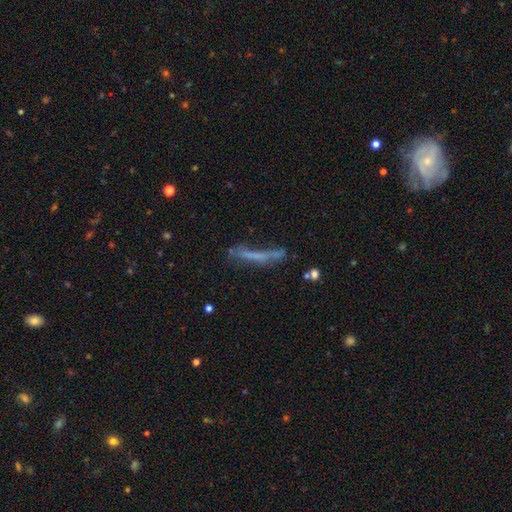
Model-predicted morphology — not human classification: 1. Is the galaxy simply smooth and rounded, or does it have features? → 48% smooth, 39% featured or disk, 13% star or artifact.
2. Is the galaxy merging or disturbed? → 46% none, 24% minor disturbance, 20% major disturbance, 10% merger.